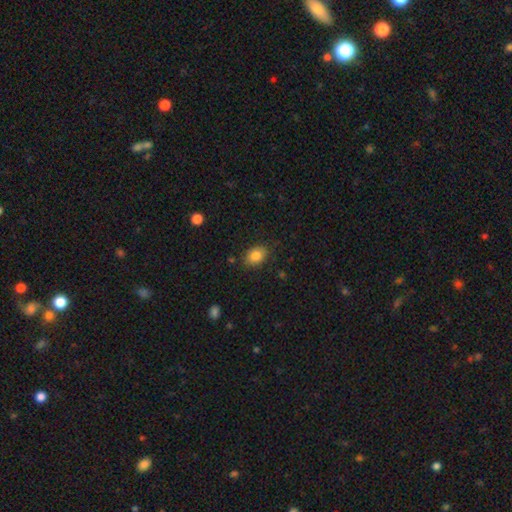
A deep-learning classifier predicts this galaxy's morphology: A smooth galaxy with no disk features (84%) that is in between round and cigar-shaped (78%). Merging: none (83%).